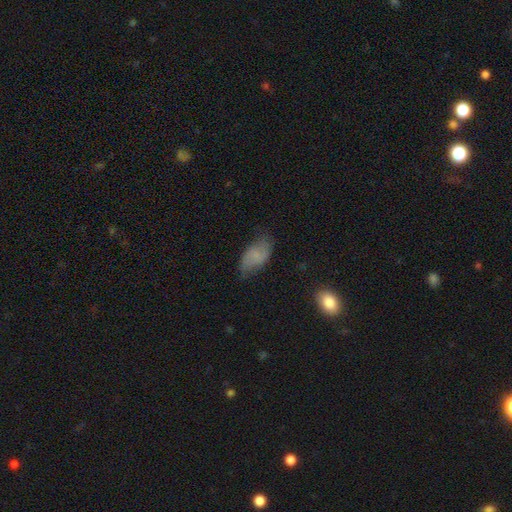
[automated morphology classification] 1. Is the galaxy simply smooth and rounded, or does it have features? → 63% smooth, 28% featured or disk, 9% star or artifact.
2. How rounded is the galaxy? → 93% in between, 4% round, 3% cigar-shaped.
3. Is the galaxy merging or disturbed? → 64% none, 26% minor disturbance, 8% major disturbance, 2% merger.